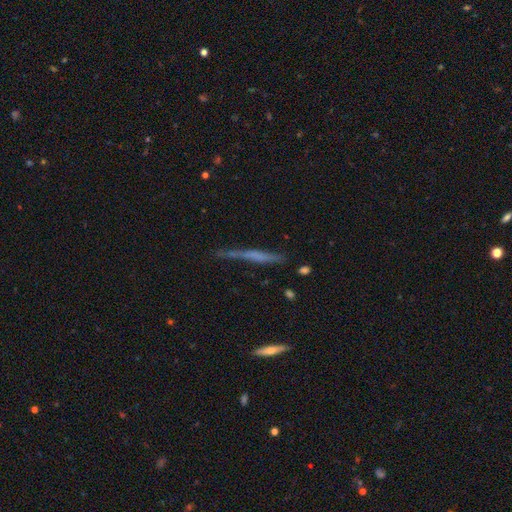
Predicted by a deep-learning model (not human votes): A featured or disk galaxy (52%) viewed edge-on (92%).

Vote fractions:
- Smooth or featured? featured or disk: 52% / smooth: 39% / star or artifact: 10%
- Edge-on disk? yes: 92% / no: 8%
- Merging? none: 64% / minor disturbance: 24% / major disturbance: 8% / merger: 3%